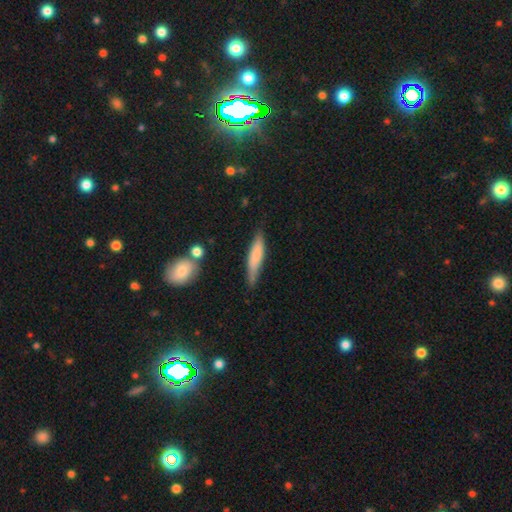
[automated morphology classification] This appears to be a smooth galaxy with no disk features (67%) that is cigar-shaped (79%). Merging: none (73%).